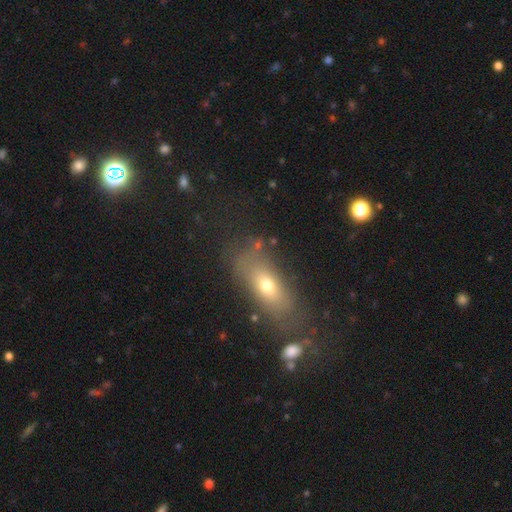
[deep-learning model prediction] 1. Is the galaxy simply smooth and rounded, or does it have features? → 58% smooth, 27% featured or disk, 15% star or artifact.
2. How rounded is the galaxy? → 67% in between, 24% cigar-shaped, 9% round.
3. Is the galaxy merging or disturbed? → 68% none, 17% minor disturbance, 9% major disturbance, 6% merger.